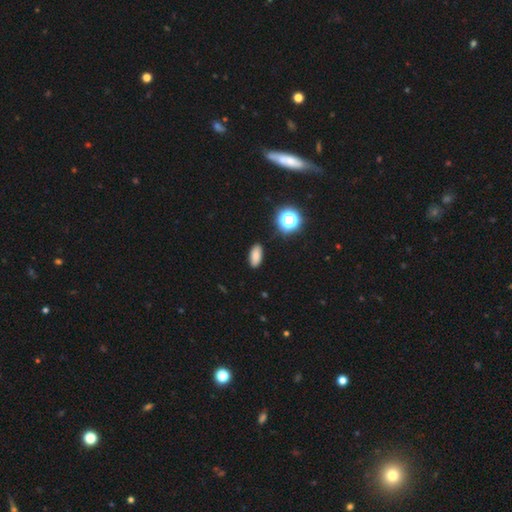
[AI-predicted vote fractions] The model was most divided on "smooth or featured": smooth: 82%, star or artifact: 13%, featured or disk: 5%. More confident: merging — none (87%); how rounded — in between (85%).